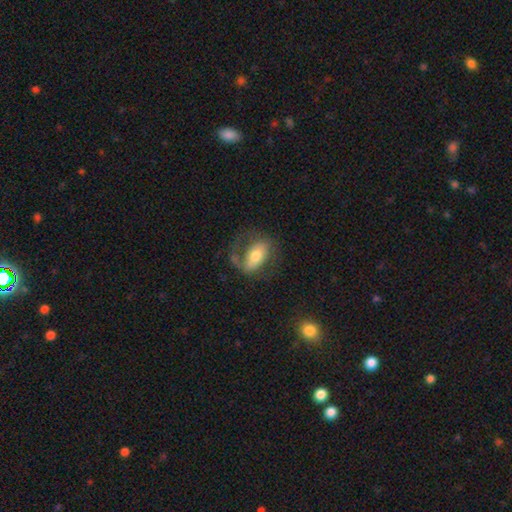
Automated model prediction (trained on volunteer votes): A smooth galaxy with no disk features (49%). Merging: none (50%).